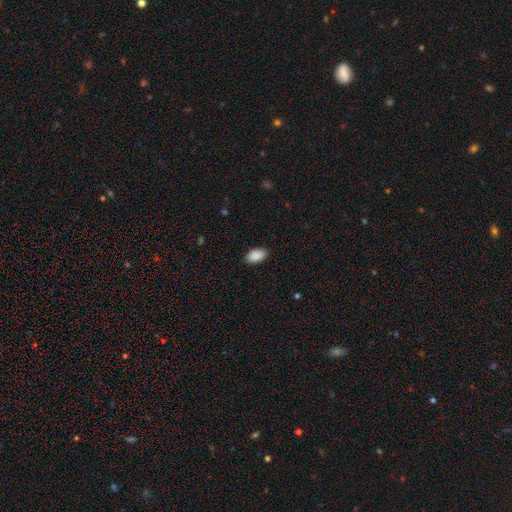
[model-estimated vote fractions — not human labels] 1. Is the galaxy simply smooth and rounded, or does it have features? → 90% smooth, 7% star or artifact, 3% featured or disk.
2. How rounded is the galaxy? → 94% in between, 4% round, 2% cigar-shaped.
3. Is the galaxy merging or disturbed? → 88% none, 9% minor disturbance, 2% major disturbance, 1% merger.